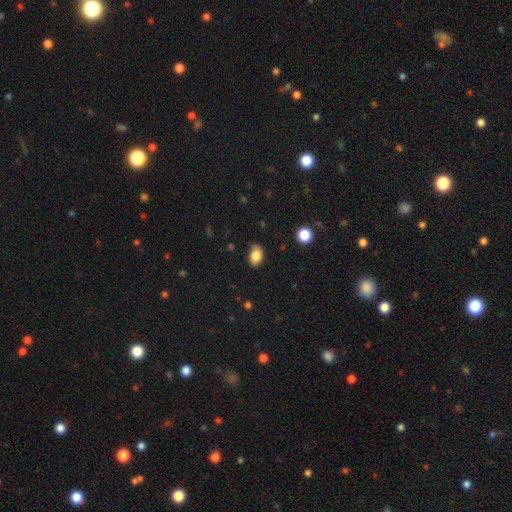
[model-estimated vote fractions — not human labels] Smooth or featured? smooth (83%)
How rounded? in between (84%)
Merging? none (74%)